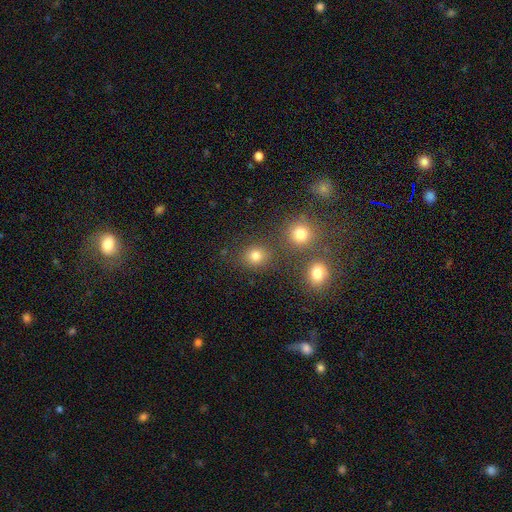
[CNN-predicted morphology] Smooth or featured: smooth — 78% (star or artifact — 16%)
How rounded: round — 78% (in between — 21%)
Merging: none — 78% (merger — 10%)